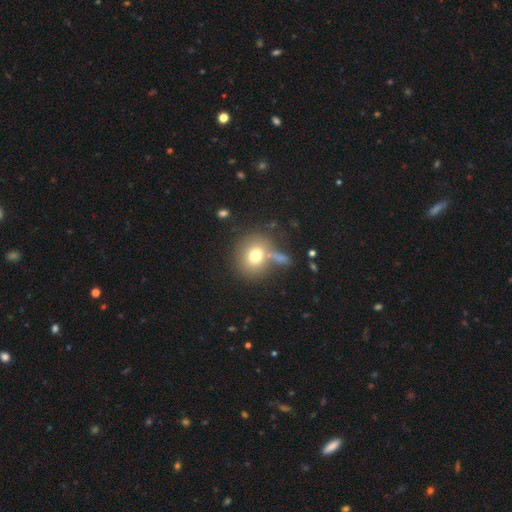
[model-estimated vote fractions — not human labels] A smooth galaxy with no disk features (74%) that is round (77%). Merging: none (64%).